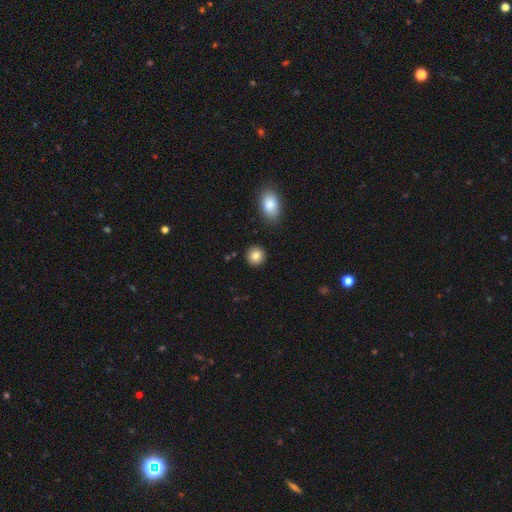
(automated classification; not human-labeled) Smooth or featured? smooth (84%)
How rounded? round (89%)
Merging? none (90%)